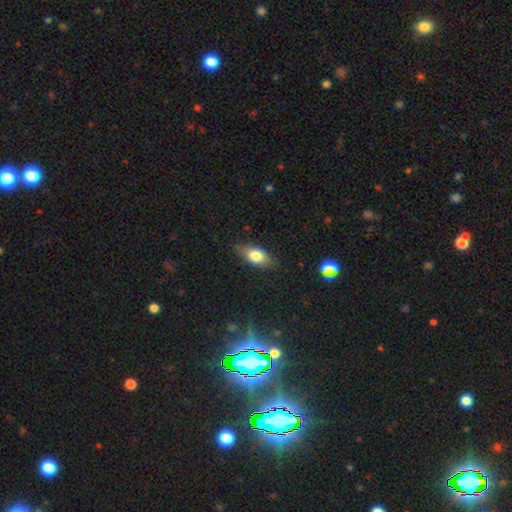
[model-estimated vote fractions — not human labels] Smooth or featured: smooth — 77% (featured or disk — 15%)
How rounded: in between — 86% (cigar-shaped — 8%)
Merging: none — 82% (minor disturbance — 14%)